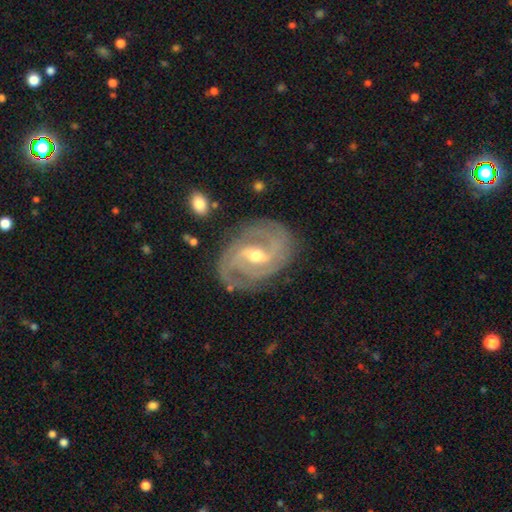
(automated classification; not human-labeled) Smooth or featured: featured or disk — 92% (smooth — 4%)
Edge-on disk: no — 97% (yes — 3%)
Bar: weak — 48% (strong — 37%)
Spiral arms: yes — 98% (no — 2%)
Spiral winding: tight — 48% (medium — 44%)
Spiral arm count: 2 — 56% (3 — 23%)
Bulge size: moderate — 63% (small — 33%)
Merging: none — 79% (minor disturbance — 15%)